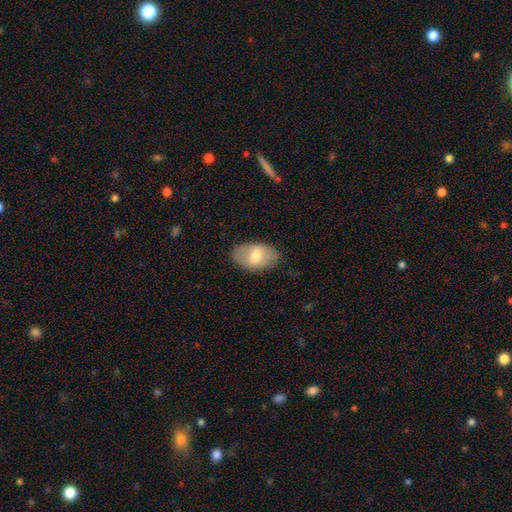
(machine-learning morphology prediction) Smooth or featured? Predicted: smooth (p=0.63). How rounded? Predicted: in between (p=0.92). Merging? Predicted: none (p=0.82).